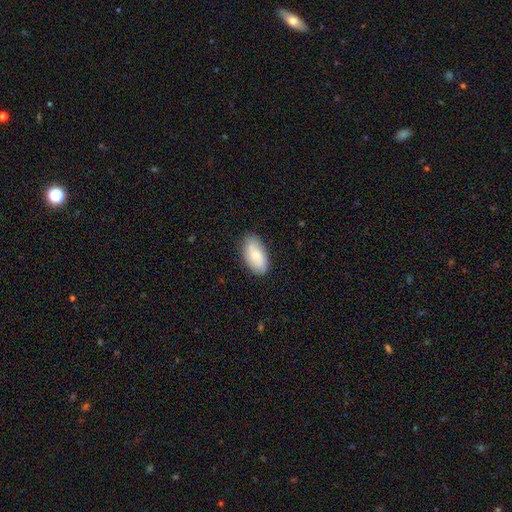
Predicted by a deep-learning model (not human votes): This is likely a smooth galaxy (71%). How rounded: clearly in between (93%). Merging: clearly none (83%).